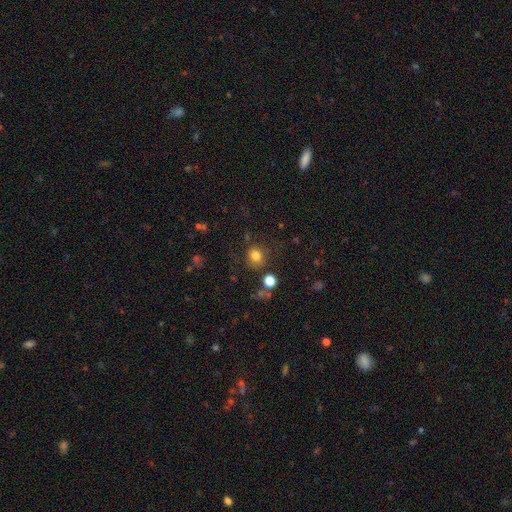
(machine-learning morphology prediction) This appears to be a smooth galaxy with no disk features (80%) that is round (81%). Merging: none (77%).